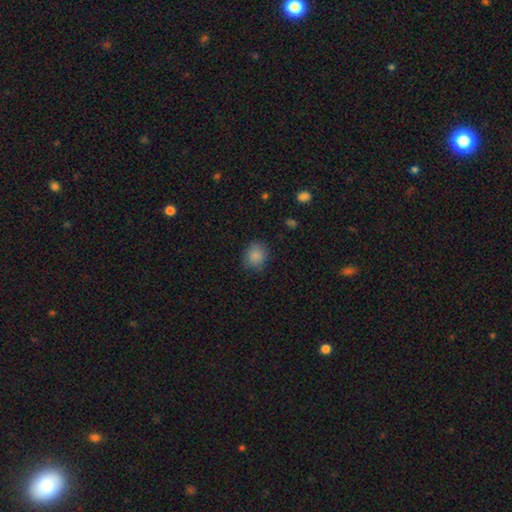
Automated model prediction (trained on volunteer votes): The model was most divided on "how rounded": round: 77%, in between: 22%, cigar-shaped: 1%. More confident: smooth or featured — smooth (85%); merging — none (77%).